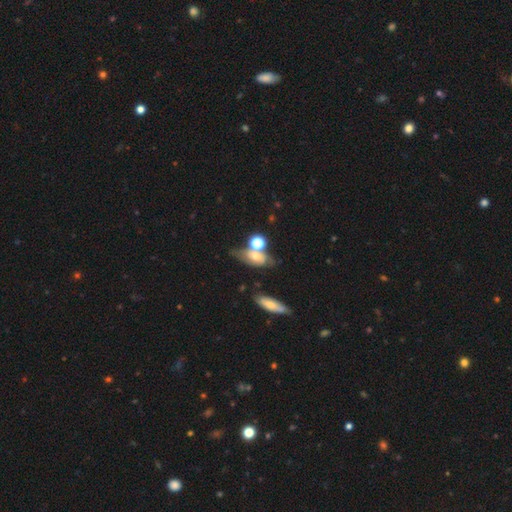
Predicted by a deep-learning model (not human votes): Morphology: type=smooth (51%); roundness=in between (61%); merging=none (37%).